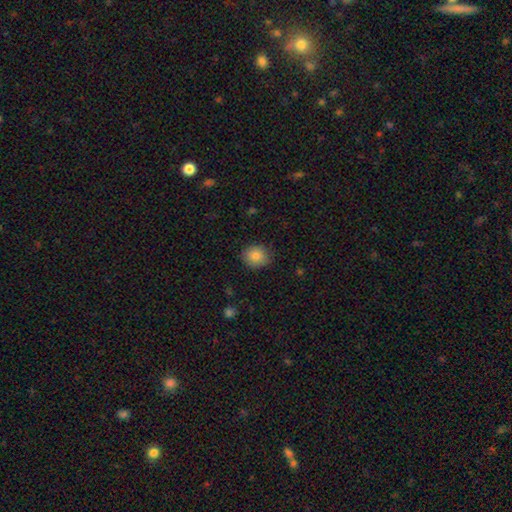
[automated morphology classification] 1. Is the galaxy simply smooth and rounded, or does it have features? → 85% smooth, 9% star or artifact, 6% featured or disk.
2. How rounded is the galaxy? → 73% round, 26% in between, 1% cigar-shaped.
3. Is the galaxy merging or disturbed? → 84% none, 13% minor disturbance, 3% major disturbance, 1% merger.